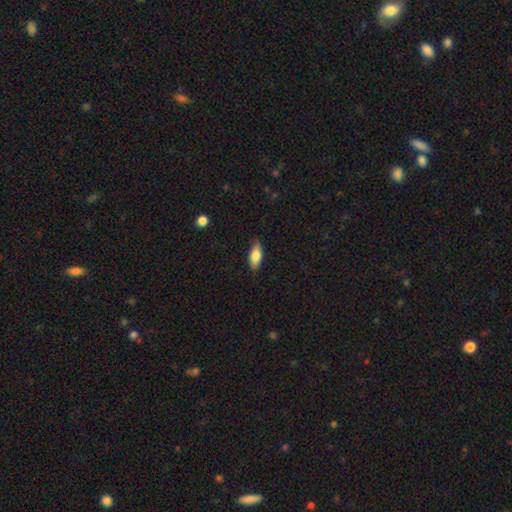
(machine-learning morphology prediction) smooth 78%, featured or disk 15%, star or artifact 7%. Down the decision tree: how rounded — in between (80%); merging — none (81%).